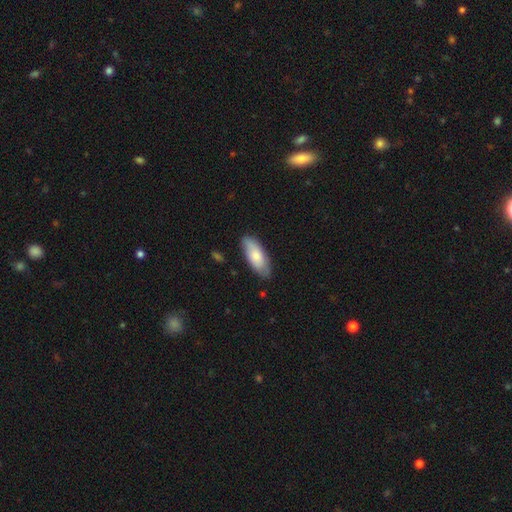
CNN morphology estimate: Q: Smooth or featured?
A: smooth (71%); runner-up: featured or disk (24%)
Q: How rounded?
A: in between (80%); runner-up: cigar-shaped (18%)
Q: Merging?
A: none (79%); runner-up: minor disturbance (17%)